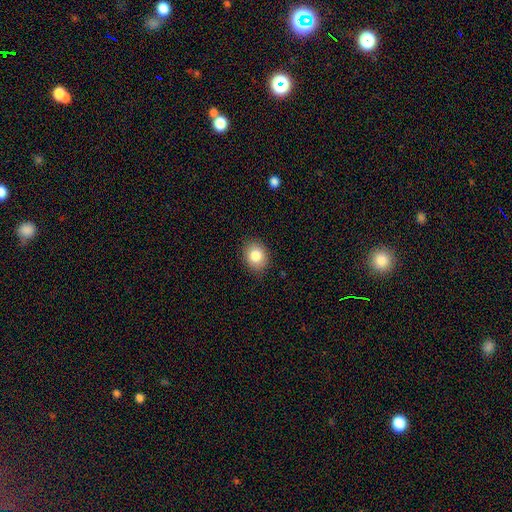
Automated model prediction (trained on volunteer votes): Smooth or featured?
  - smooth: 83% *
  - star or artifact: 9%
  - featured or disk: 8%
How rounded?
  - round: 52% *
  - in between: 47%
  - cigar-shaped: 1%
Merging?
  - none: 86% *
  - minor disturbance: 11%
  - major disturbance: 2%
  - merger: 1%